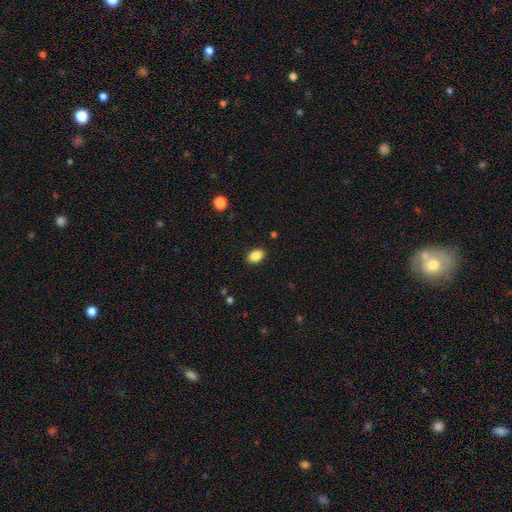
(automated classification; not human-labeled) A smooth galaxy with no disk features (86%) that is in between round and cigar-shaped (86%).

Vote fractions:
- Smooth or featured? smooth: 86% / star or artifact: 8% / featured or disk: 5%
- How rounded? in between: 86% / round: 12% / cigar-shaped: 1%
- Merging? none: 89% / minor disturbance: 8% / major disturbance: 2% / merger: 1%